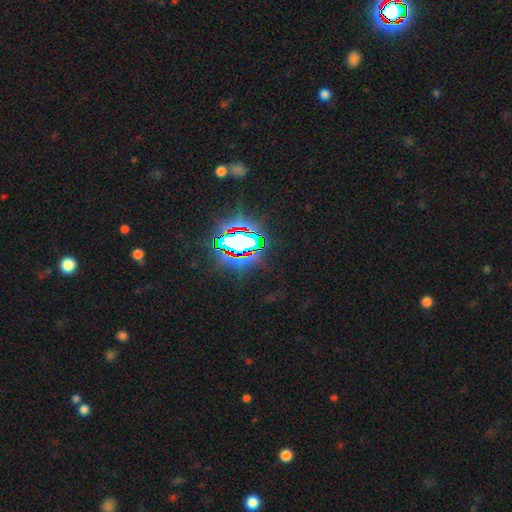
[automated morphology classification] The model was most divided on "smooth or featured": star or artifact: 84%, smooth: 10%, featured or disk: 7%.